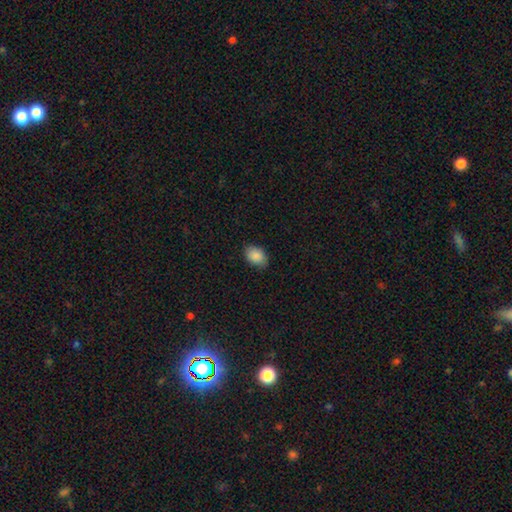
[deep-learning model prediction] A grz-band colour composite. It shows a smooth galaxy with no disk features (89%) that is in between round and cigar-shaped (80%). Merging: none (83%).